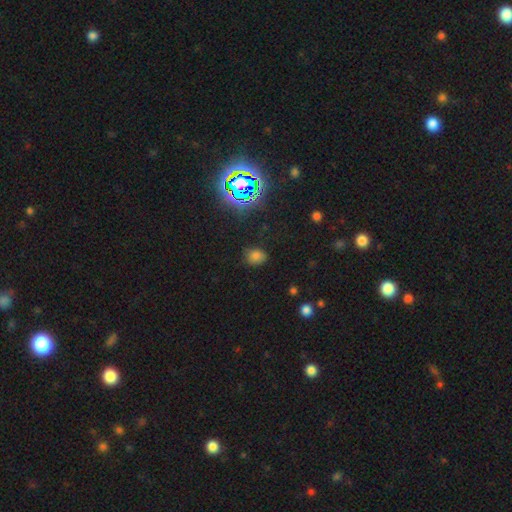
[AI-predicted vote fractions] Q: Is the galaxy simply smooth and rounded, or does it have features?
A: smooth — 69%.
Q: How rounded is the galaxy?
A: in between — 50%.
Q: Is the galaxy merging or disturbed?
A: none — 79%.